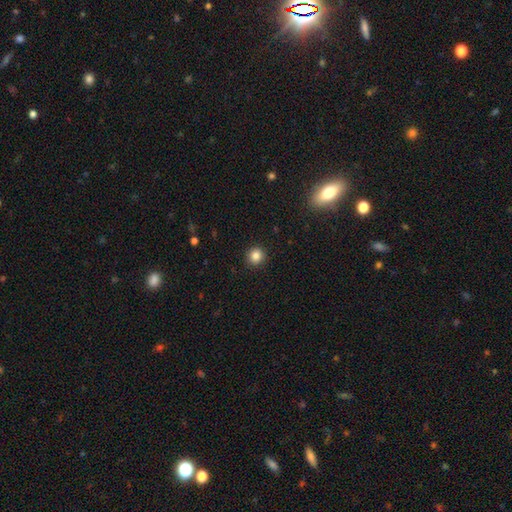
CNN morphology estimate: Q: Smooth or featured?
A: smooth (85%); runner-up: star or artifact (11%)
Q: How rounded?
A: round (93%); runner-up: in between (6%)
Q: Merging?
A: none (92%); runner-up: minor disturbance (5%)